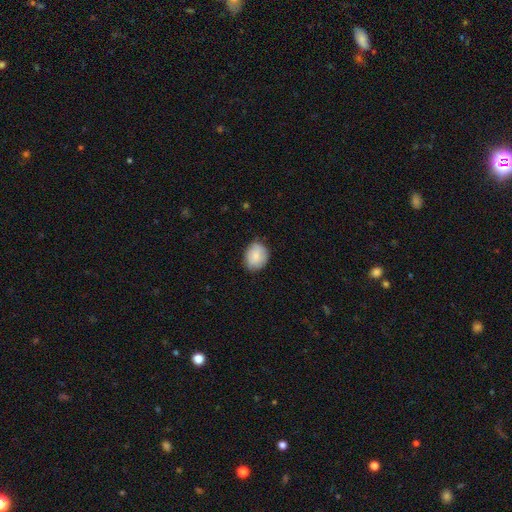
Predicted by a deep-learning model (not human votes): The model was most divided on "how rounded": round: 52%, in between: 47%, cigar-shaped: 1%. More confident: smooth or featured — smooth (81%); merging — none (76%).